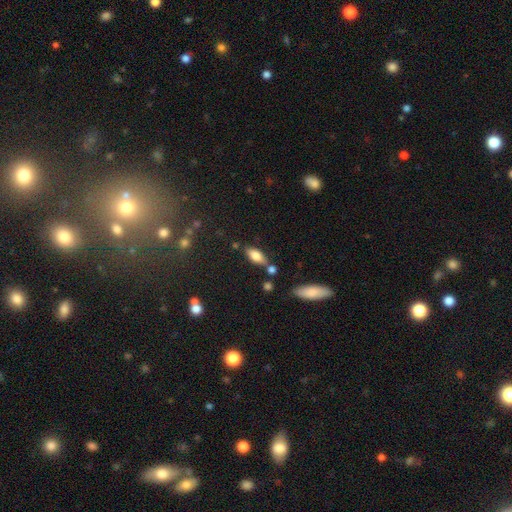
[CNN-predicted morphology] Smooth or featured? Predicted: smooth (p=0.75). How rounded? Predicted: in between (p=0.81). Merging? Predicted: none (p=0.68).